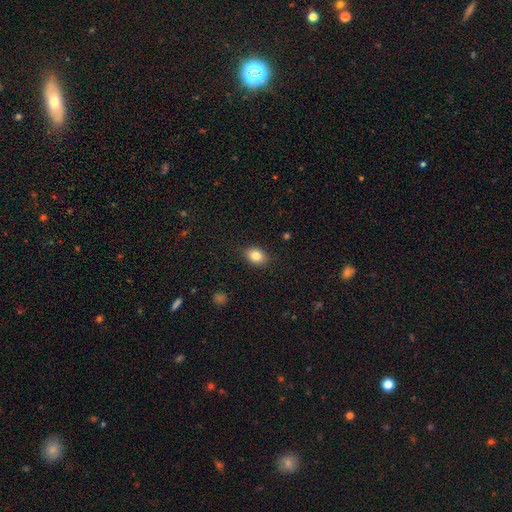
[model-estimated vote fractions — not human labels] A smooth galaxy with no disk features (83%) that is in between round and cigar-shaped (72%).

Vote fractions:
- Smooth or featured? smooth: 83% / star or artifact: 9% / featured or disk: 8%
- How rounded? in between: 72% / round: 27% / cigar-shaped: 1%
- Merging? none: 86% / minor disturbance: 10% / major disturbance: 2% / merger: 1%